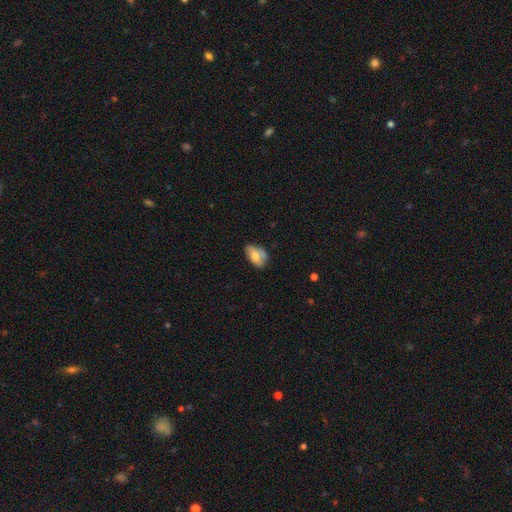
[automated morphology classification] This is likely a smooth galaxy (67%). How rounded: clearly in between (90%). Merging: possibly none (49%).